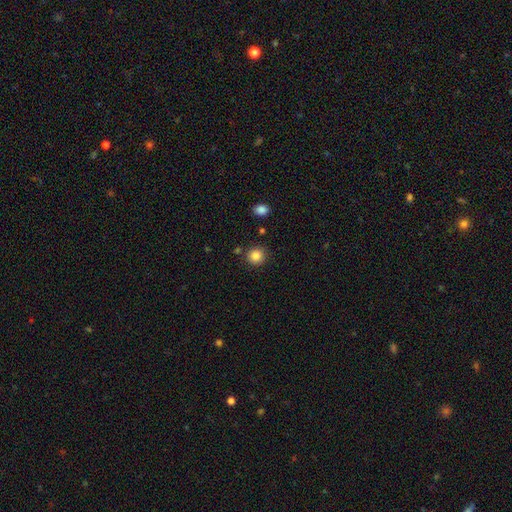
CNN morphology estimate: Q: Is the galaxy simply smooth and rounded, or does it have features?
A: smooth — 85%.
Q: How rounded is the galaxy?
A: round — 91%.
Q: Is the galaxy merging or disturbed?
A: none — 86%.